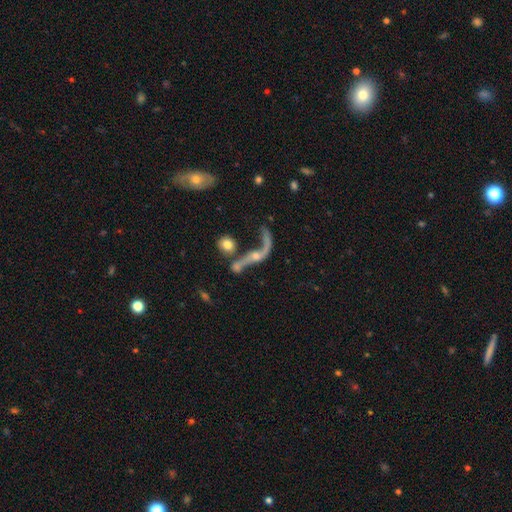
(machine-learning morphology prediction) Smooth or featured? Predicted: featured or disk (p=0.77). Edge-on disk? Predicted: no (p=0.84). Bar? Predicted: no (p=0.64). Spiral arms? Predicted: yes (p=0.79). Spiral winding? Predicted: loose (p=0.92). Spiral arm count? Predicted: 2 (p=0.74). Bulge size? Predicted: small (p=0.50). Merging? Predicted: merger (p=0.33).